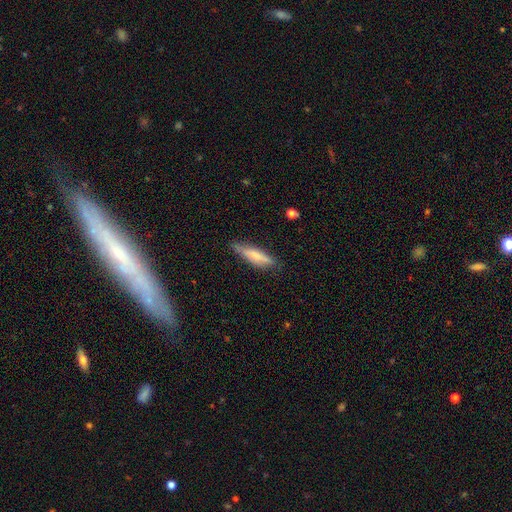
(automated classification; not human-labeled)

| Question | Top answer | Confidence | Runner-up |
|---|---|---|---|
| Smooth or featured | smooth | 64% | featured or disk (29%) |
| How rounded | cigar-shaped | 70% | in between (28%) |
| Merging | none | 71% | minor disturbance (23%) |